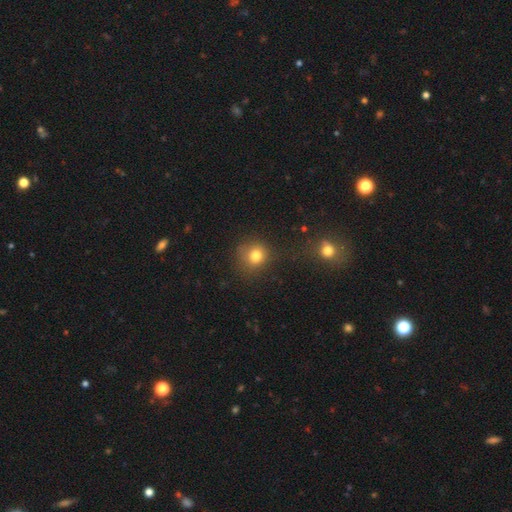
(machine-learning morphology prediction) smooth-or-featured: smooth: 79% | star or artifact: 14% | featured or disk: 7%
  how-rounded: round: 87% | in between: 12% | cigar-shaped: 1%
  merging: none: 75% | minor disturbance: 15% | major disturbance: 6% | merger: 4%